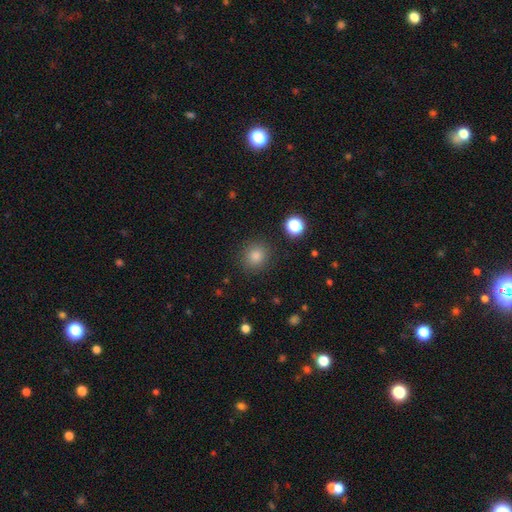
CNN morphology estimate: Smooth or featured: smooth — 81% (star or artifact — 14%)
How rounded: round — 89% (in between — 10%)
Merging: none — 90% (minor disturbance — 6%)